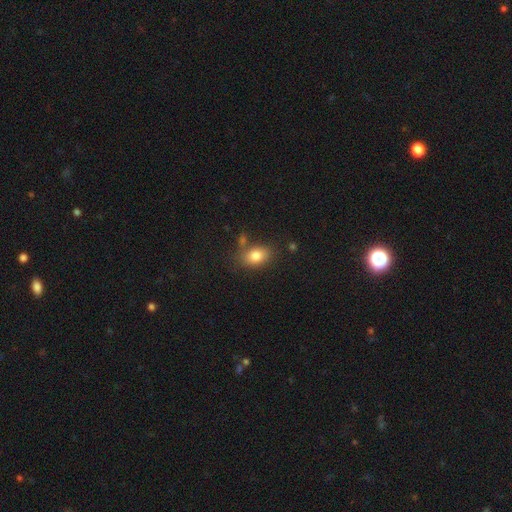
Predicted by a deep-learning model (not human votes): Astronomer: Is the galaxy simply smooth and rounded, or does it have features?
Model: smooth — 82%.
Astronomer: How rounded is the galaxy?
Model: in between — 80%.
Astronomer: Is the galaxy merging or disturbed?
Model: none — 71%.